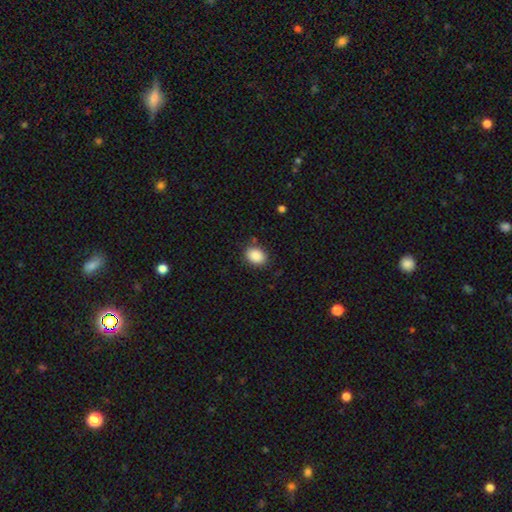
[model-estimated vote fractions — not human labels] Smooth or featured: smooth — 89% (star or artifact — 8%)
How rounded: in between — 68% (round — 31%)
Merging: none — 84% (minor disturbance — 11%)